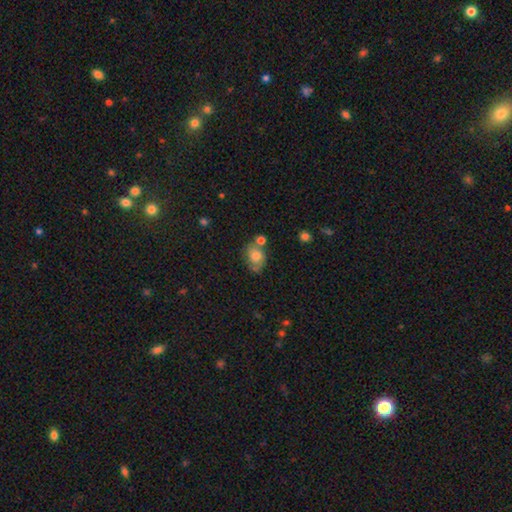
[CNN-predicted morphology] smooth 57%, featured or disk 33%, star or artifact 10%. Down the decision tree: how rounded — in between (65%); merging — none (49%).